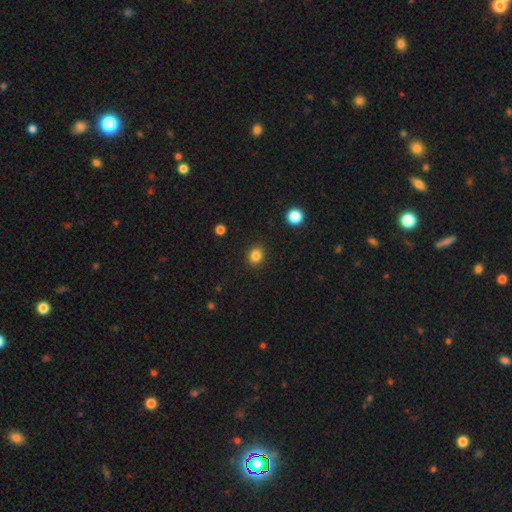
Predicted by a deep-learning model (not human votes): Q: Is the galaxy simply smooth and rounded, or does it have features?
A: smooth — 84%.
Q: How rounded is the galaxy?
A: round — 75%.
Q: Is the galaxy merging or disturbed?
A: none — 90%.